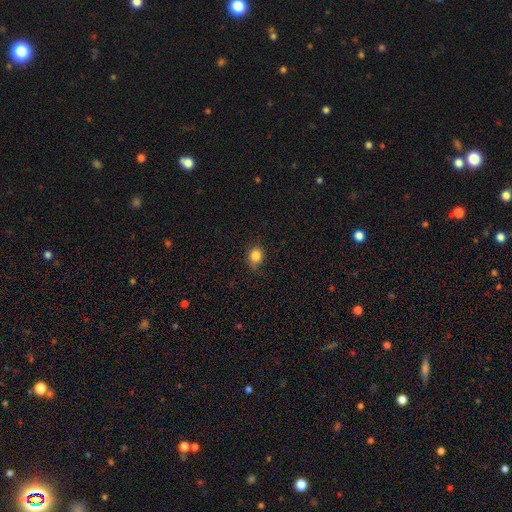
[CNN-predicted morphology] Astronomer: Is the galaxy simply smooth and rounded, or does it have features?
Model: smooth — 84%.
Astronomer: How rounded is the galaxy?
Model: round — 72%.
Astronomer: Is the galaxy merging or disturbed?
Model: none — 78%.